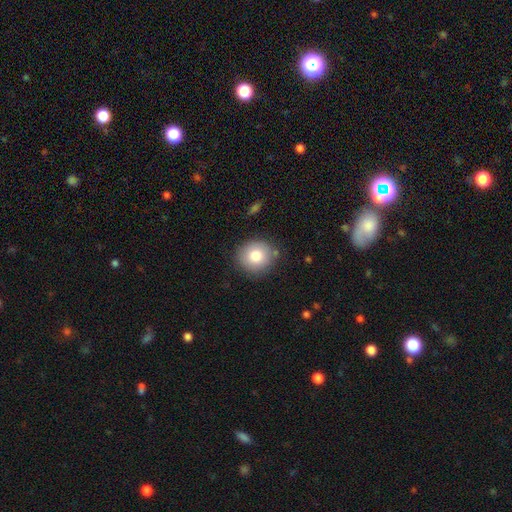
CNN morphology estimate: Smooth or featured? smooth (82%)
How rounded? round (85%)
Merging? none (84%)